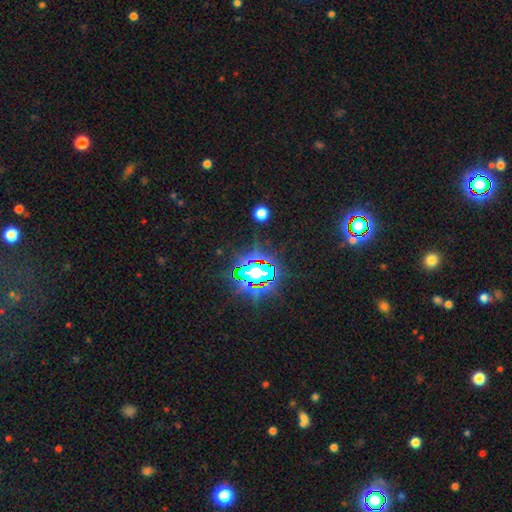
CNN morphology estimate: A star or artifact, not a galaxy (81%).